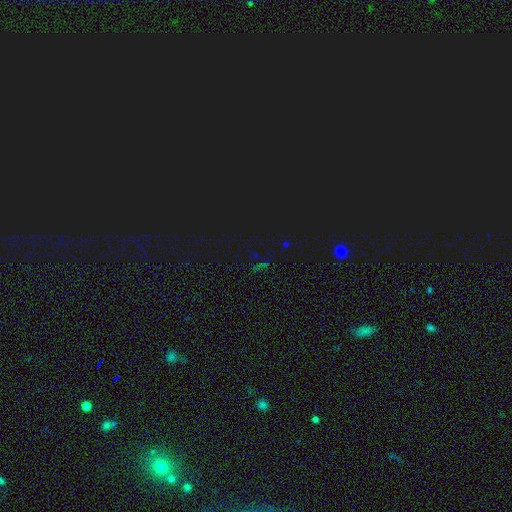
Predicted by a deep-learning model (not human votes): A star or artifact, not a galaxy (74%).

Vote fractions:
- Smooth or featured? star or artifact: 74% / smooth: 17% / featured or disk: 8%